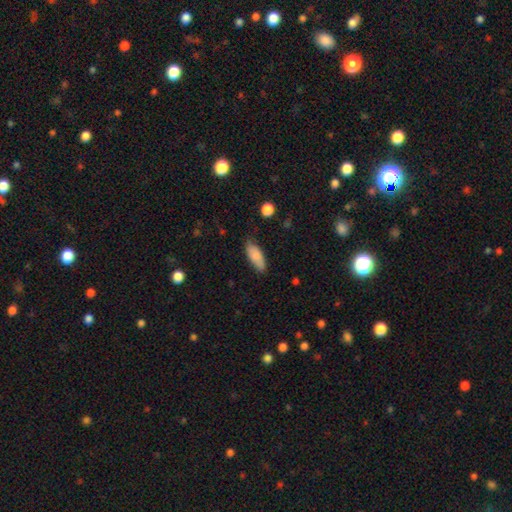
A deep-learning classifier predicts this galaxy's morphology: This is clearly a smooth galaxy (81%). How rounded: likely in between (78%). Merging: likely none (73%).